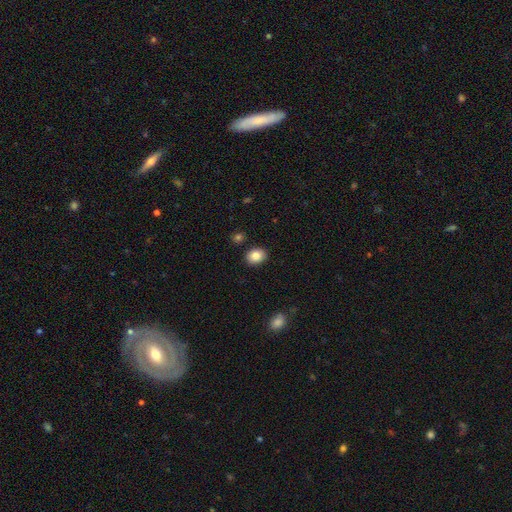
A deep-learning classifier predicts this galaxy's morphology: type=smooth (84%); roundness=in between (58%); merging=none (88%).